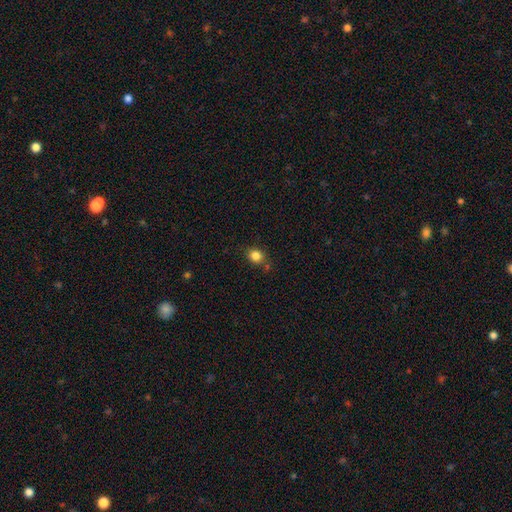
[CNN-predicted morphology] Overall: smooth (84%). How rounded: round (65%; in between 34%). Merging: none (75%).